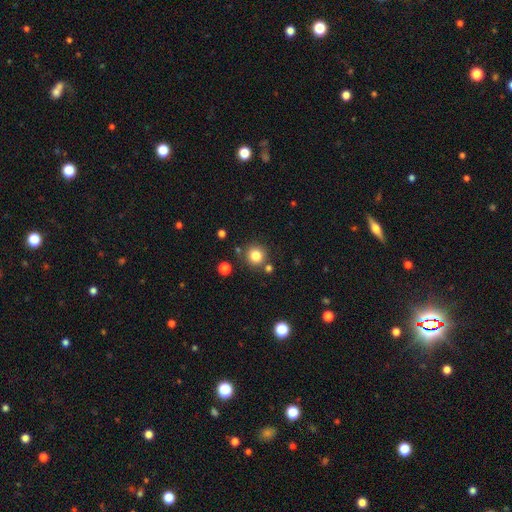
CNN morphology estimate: The model was most divided on "smooth or featured": smooth: 81%, star or artifact: 12%, featured or disk: 6%. More confident: how rounded — round (93%); merging — none (82%).